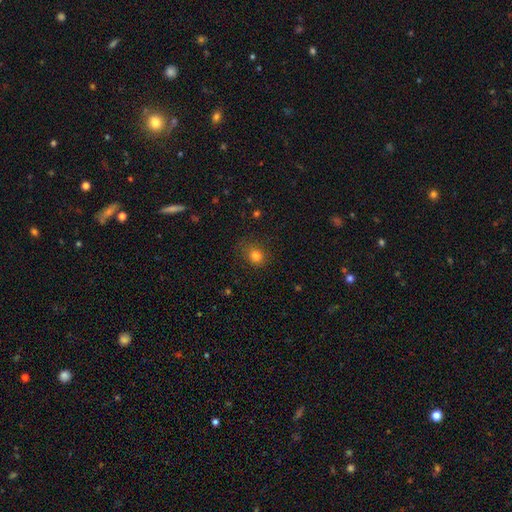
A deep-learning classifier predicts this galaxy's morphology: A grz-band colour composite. It shows a smooth galaxy with no disk features (79%) that is round (65%). Merging: none (75%).